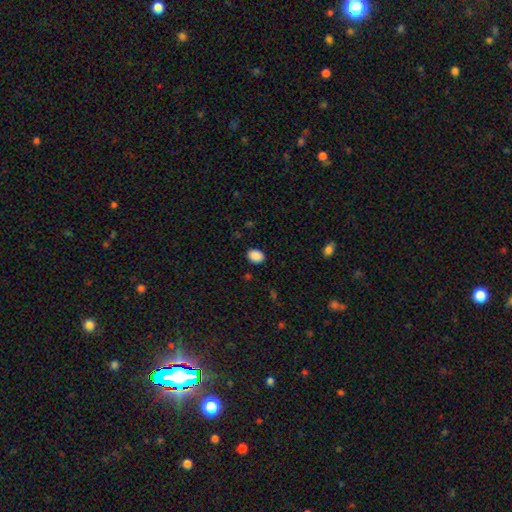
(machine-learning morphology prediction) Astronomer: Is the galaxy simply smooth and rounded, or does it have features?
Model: smooth — 89%.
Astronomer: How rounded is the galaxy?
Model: in between — 65%.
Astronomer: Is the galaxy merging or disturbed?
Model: none — 88%.